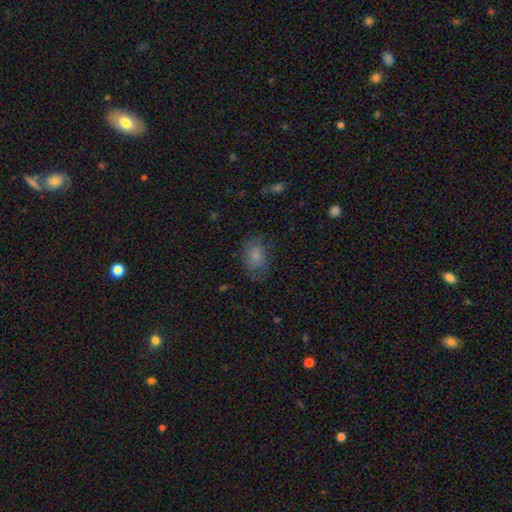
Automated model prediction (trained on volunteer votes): Smooth or featured?
  - smooth: 79% *
  - featured or disk: 11%
  - star or artifact: 10%
How rounded?
  - in between: 79% *
  - round: 19%
  - cigar-shaped: 1%
Merging?
  - none: 66% *
  - minor disturbance: 22%
  - major disturbance: 11%
  - merger: 1%